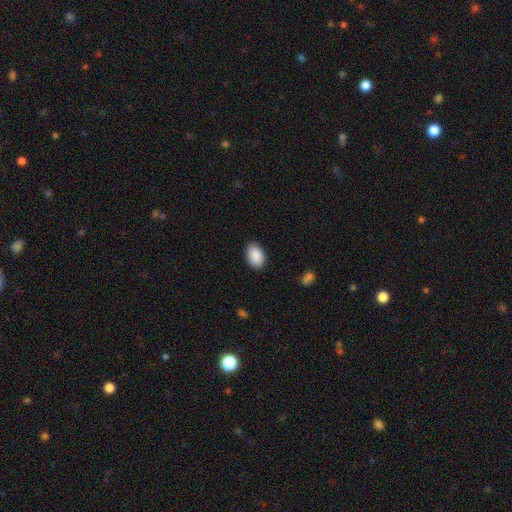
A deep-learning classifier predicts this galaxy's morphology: Q: Smooth or featured?
A: smooth (91%); runner-up: star or artifact (6%)
Q: How rounded?
A: in between (91%); runner-up: round (8%)
Q: Merging?
A: none (87%); runner-up: minor disturbance (10%)